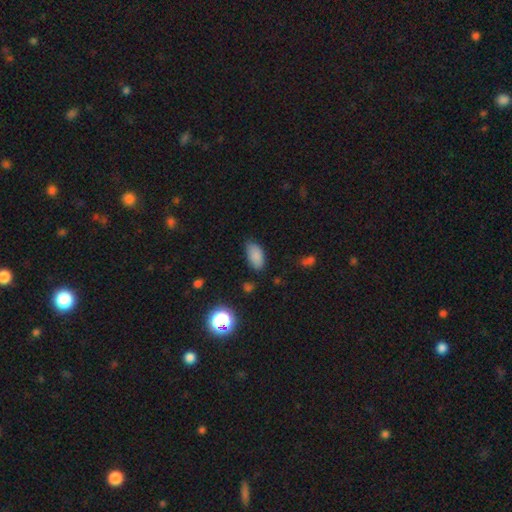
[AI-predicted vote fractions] Smooth or featured? Predicted: smooth (p=0.84). How rounded? Predicted: in between (p=0.92). Merging? Predicted: none (p=0.73).